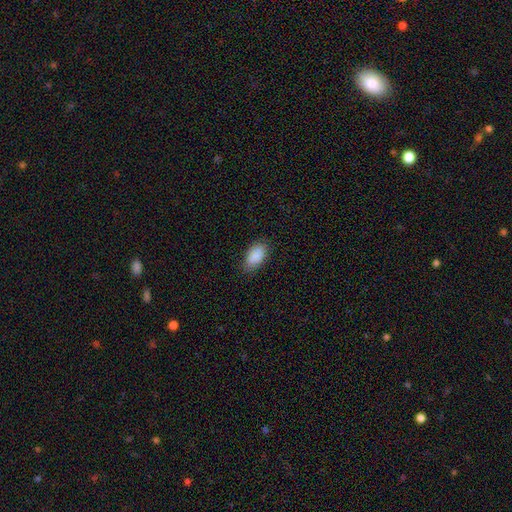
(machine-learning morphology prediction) smooth-or-featured: smooth: 90% | star or artifact: 7% | featured or disk: 4%
  how-rounded: in between: 93% | round: 4% | cigar-shaped: 3%
  merging: none: 81% | minor disturbance: 15% | major disturbance: 3% | merger: 1%